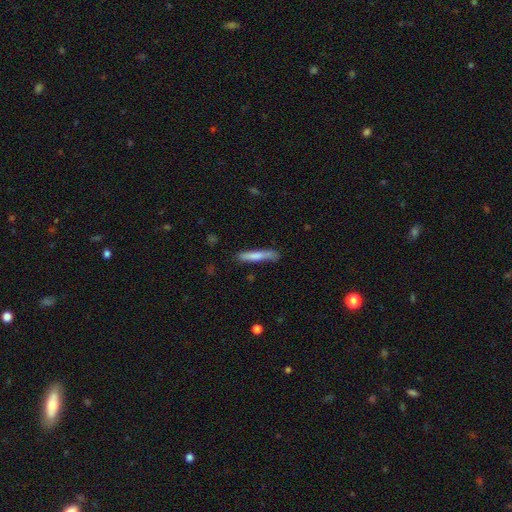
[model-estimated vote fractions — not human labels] Smooth or featured?
  - smooth: 73% *
  - featured or disk: 21%
  - star or artifact: 6%
How rounded?
  - cigar-shaped: 91% *
  - in between: 8%
  - round: 1%
Merging?
  - none: 69% *
  - minor disturbance: 21%
  - major disturbance: 5%
  - merger: 5%